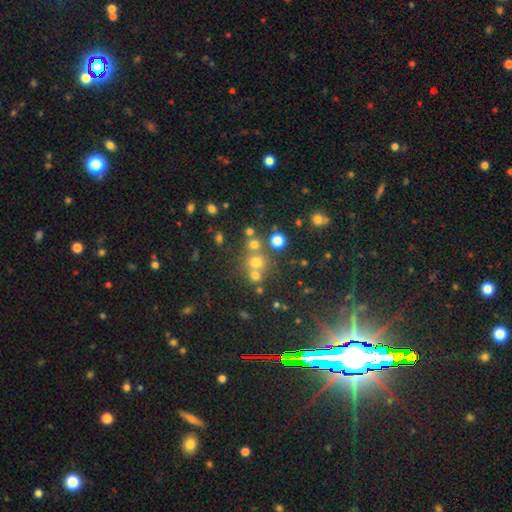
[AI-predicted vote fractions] star or artifact 64%, smooth 24%, featured or disk 12%.